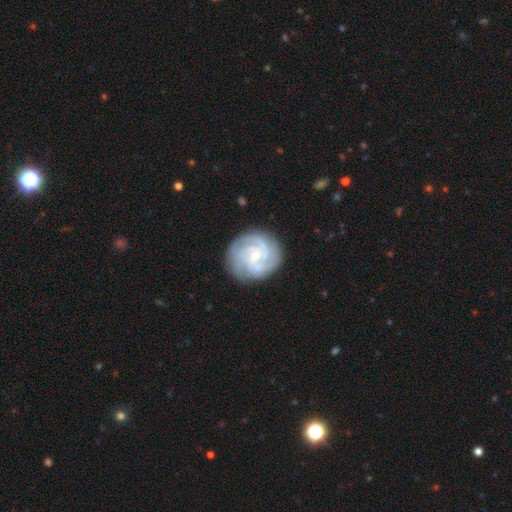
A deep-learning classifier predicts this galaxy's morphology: This appears to be a featured or disk galaxy (84%) with no bar (63%), 3 (38%) tight (63%) spiral arms (97%) and a small central bulge (71%). Merging: none (81%).